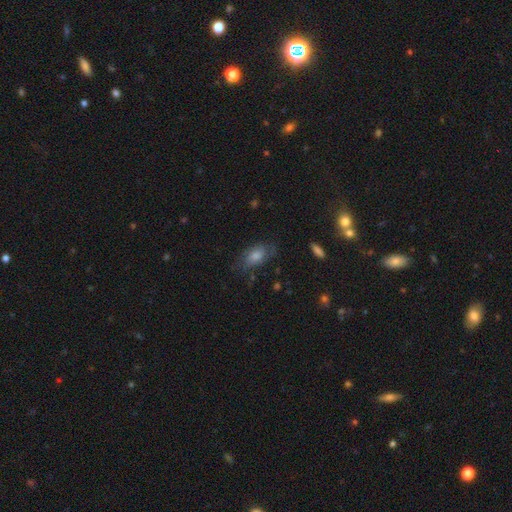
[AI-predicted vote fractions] Overall: smooth (49%; featured or disk 36%). Merging: none (69%).